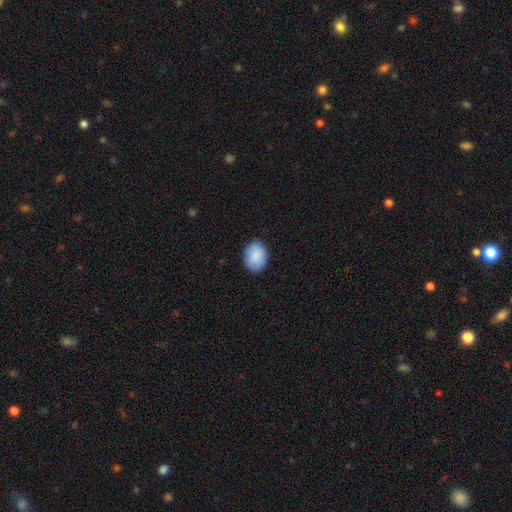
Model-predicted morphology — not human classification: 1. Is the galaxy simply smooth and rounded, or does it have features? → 90% smooth, 6% star or artifact, 4% featured or disk.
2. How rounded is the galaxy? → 69% in between, 30% round, 1% cigar-shaped.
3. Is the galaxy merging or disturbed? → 87% none, 10% minor disturbance, 2% major disturbance, 1% merger.